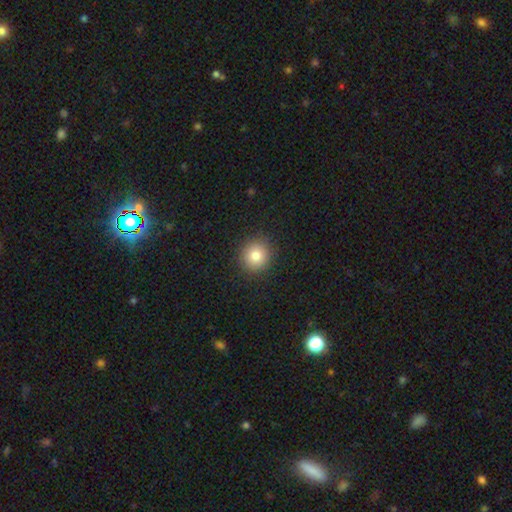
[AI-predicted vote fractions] A smooth galaxy with no disk features (81%) that is round (89%).

Vote fractions:
- Smooth or featured? smooth: 81% / star or artifact: 11% / featured or disk: 8%
- How rounded? round: 89% / in between: 10% / cigar-shaped: 1%
- Merging? none: 90% / minor disturbance: 7% / major disturbance: 2% / merger: 1%